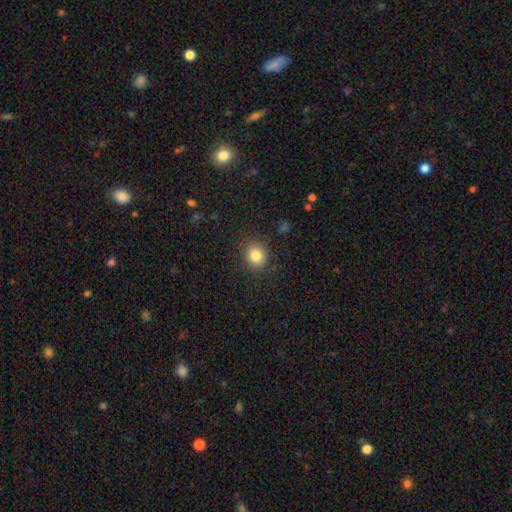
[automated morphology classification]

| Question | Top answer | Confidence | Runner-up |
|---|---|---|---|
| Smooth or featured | smooth | 83% | star or artifact (11%) |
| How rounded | round | 77% | in between (22%) |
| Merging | none | 87% | minor disturbance (9%) |